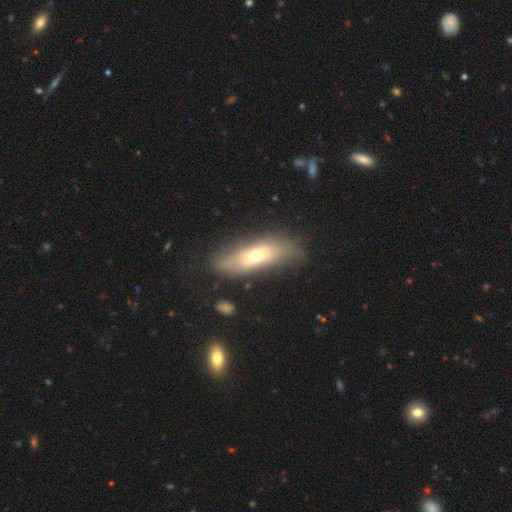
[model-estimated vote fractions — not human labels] smooth 46% (tied), featured or disk 46% (tied), star or artifact 8%. Down the decision tree: merging — none (69%).